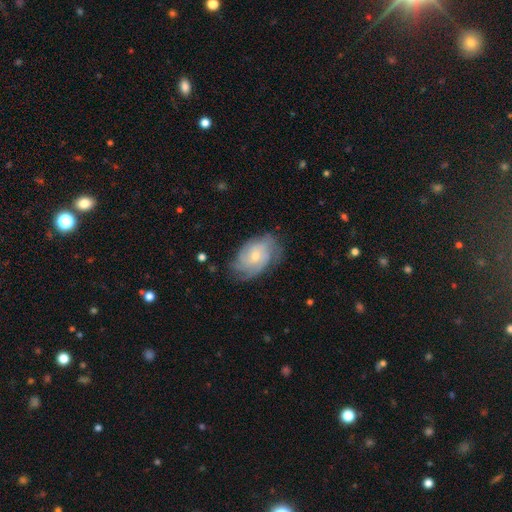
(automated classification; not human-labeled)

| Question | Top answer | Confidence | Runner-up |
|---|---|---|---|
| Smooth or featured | featured or disk | 74% | smooth (20%) |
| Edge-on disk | no | 96% | yes (4%) |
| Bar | no | 72% | weak (25%) |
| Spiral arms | yes | 92% | no (8%) |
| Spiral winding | tight | 57% | medium (32%) |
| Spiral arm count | can't tell | 37% | 3 (21%) |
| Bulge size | small | 56% | moderate (40%) |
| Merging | none | 71% | minor disturbance (21%) |